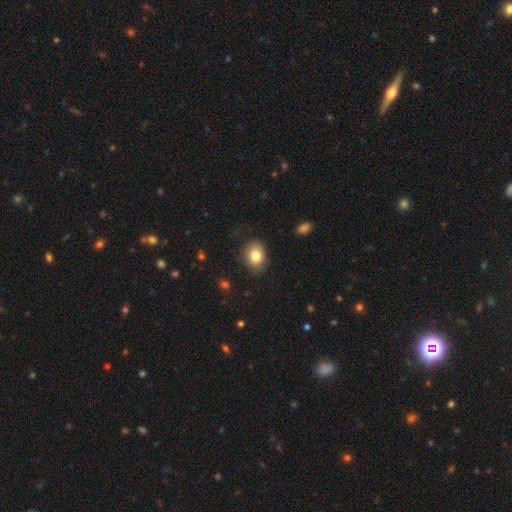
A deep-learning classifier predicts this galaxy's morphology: Smooth or featured?
  - smooth: 82% *
  - star or artifact: 9%
  - featured or disk: 9%
How rounded?
  - in between: 54% *
  - round: 46%
  - cigar-shaped: 1%
Merging?
  - none: 84% *
  - minor disturbance: 12%
  - major disturbance: 3%
  - merger: 1%